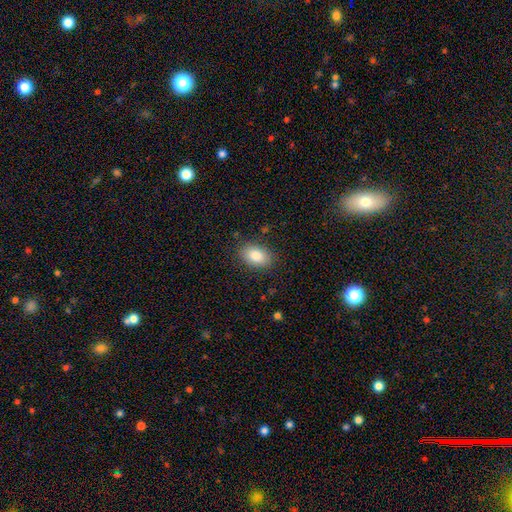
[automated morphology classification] Overall: smooth (84%). How rounded: in between (85%). Merging: none (85%).